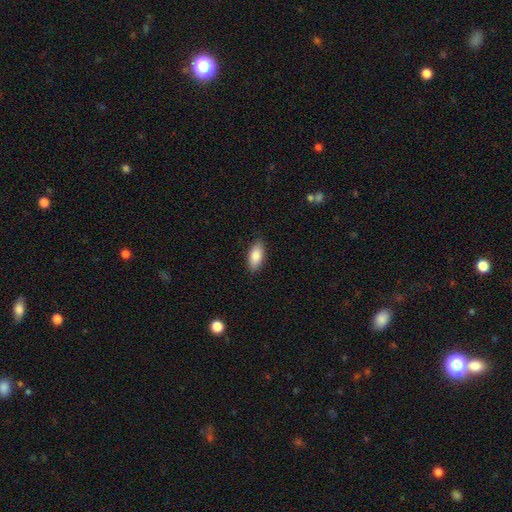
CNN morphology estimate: smooth_or_featured: smooth (p=0.84) [alt: featured or disk p=0.09]
how_rounded: in between (p=0.88) [alt: cigar-shaped p=0.10]
merging: none (p=0.87) [alt: minor disturbance p=0.10]